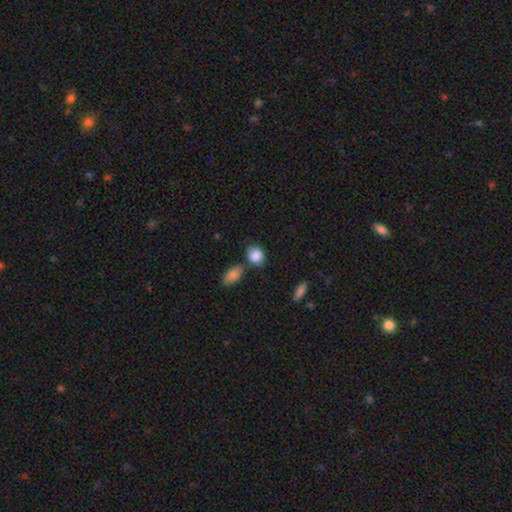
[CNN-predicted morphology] This is clearly a smooth galaxy (87%). How rounded: possibly round (51%). Merging: likely none (62%).